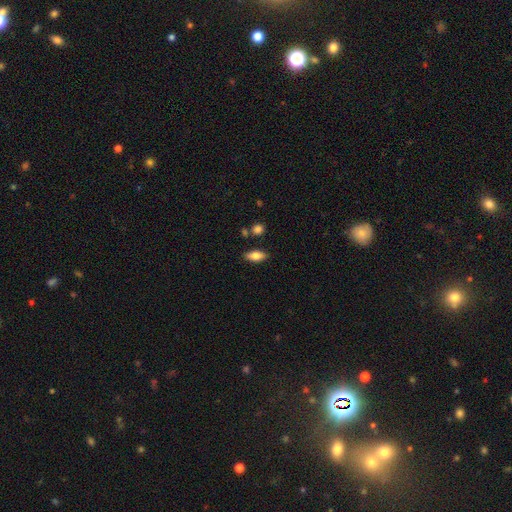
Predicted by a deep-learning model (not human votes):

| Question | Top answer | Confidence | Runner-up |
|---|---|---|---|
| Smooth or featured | smooth | 77% | featured or disk (16%) |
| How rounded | in between | 85% | cigar-shaped (11%) |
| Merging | none | 84% | minor disturbance (10%) |